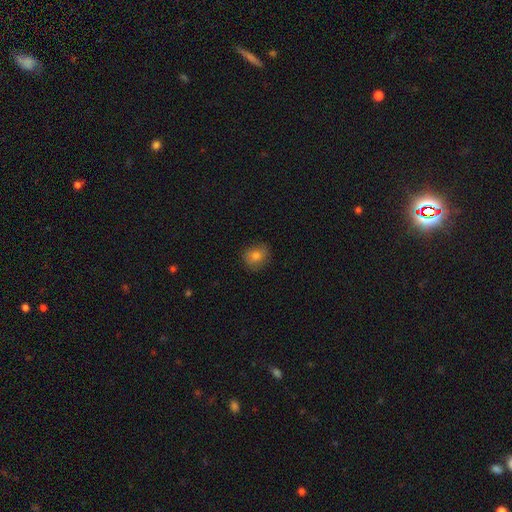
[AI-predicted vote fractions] Overall: smooth (78%). How rounded: round (72%). Merging: none (79%).